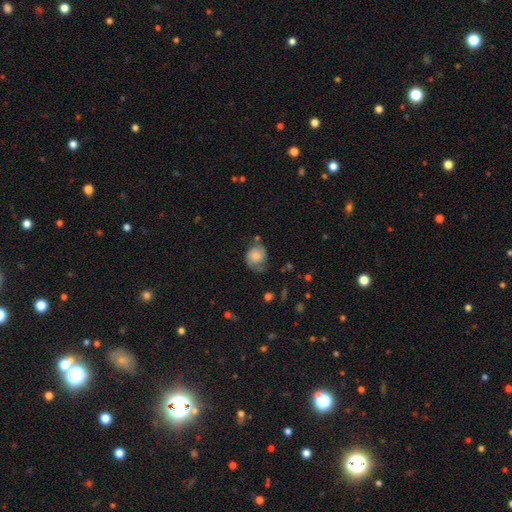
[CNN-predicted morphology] Smooth or featured: featured or disk — 46% (tied with smooth — 46%)
Merging: none — 51% (minor disturbance — 30%)